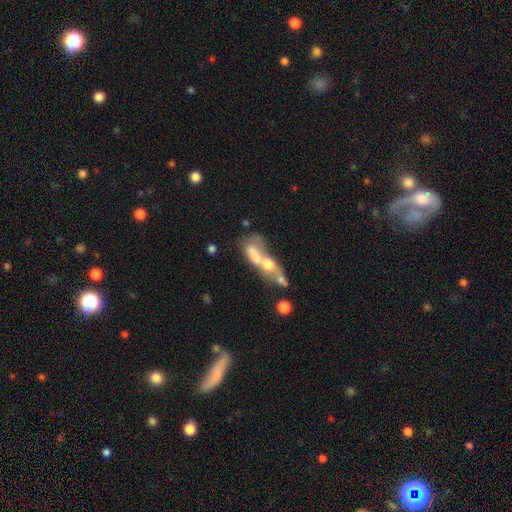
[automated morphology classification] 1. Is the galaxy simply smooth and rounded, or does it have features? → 44% featured or disk, 43% smooth, 13% star or artifact.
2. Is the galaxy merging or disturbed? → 60% merger, 16% major disturbance, 15% none, 9% minor disturbance.